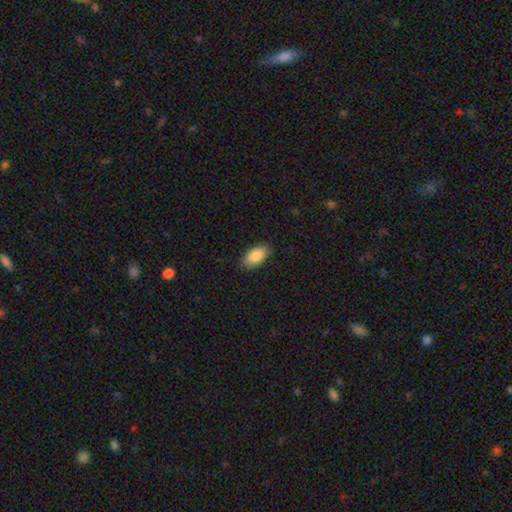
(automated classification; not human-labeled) smooth-or-featured: smooth: 87% | featured or disk: 7% | star or artifact: 6%
  how-rounded: in between: 94% | round: 3% | cigar-shaped: 3%
  merging: none: 87% | minor disturbance: 10% | major disturbance: 2% | merger: 1%